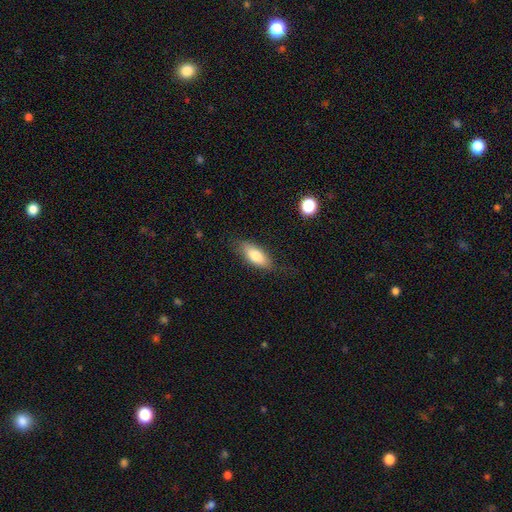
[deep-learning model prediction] Overall: smooth (77%). How rounded: in between (78%). Merging: none (76%).